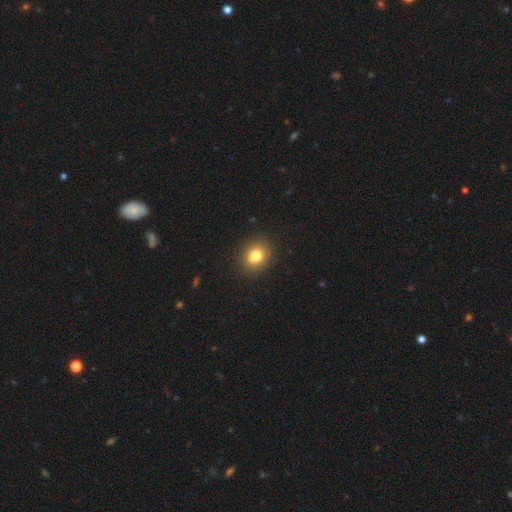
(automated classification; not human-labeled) Q: Smooth or featured?
A: smooth (81%); runner-up: star or artifact (11%)
Q: How rounded?
A: round (65%); runner-up: in between (34%)
Q: Merging?
A: none (89%); runner-up: minor disturbance (8%)